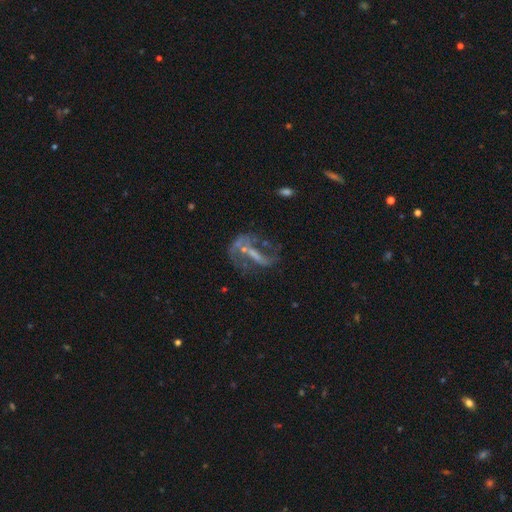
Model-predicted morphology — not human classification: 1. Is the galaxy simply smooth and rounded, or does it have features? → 68% featured or disk, 18% star or artifact, 13% smooth.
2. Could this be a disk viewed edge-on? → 84% no, 16% yes.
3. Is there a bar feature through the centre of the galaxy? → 56% strong, 26% weak, 18% no.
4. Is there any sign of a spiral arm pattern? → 66% yes, 34% no.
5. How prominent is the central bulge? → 48% small, 32% none, 16% moderate, 2% large, 1% dominant.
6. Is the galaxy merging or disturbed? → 56% none, 23% major disturbance, 16% minor disturbance, 5% merger.